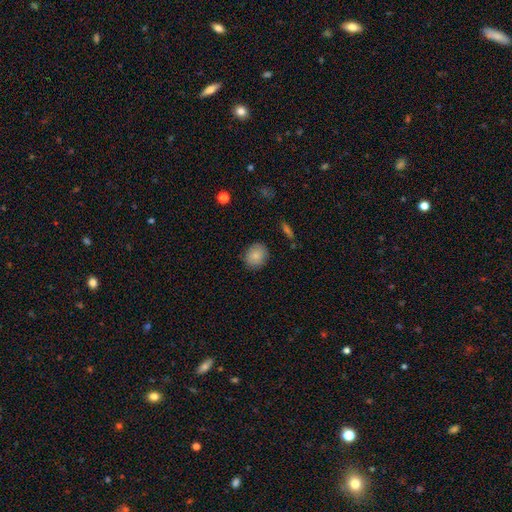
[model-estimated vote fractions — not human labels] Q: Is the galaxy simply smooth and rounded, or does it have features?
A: smooth — 83%.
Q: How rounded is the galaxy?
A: round — 72%.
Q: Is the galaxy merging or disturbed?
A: none — 85%.